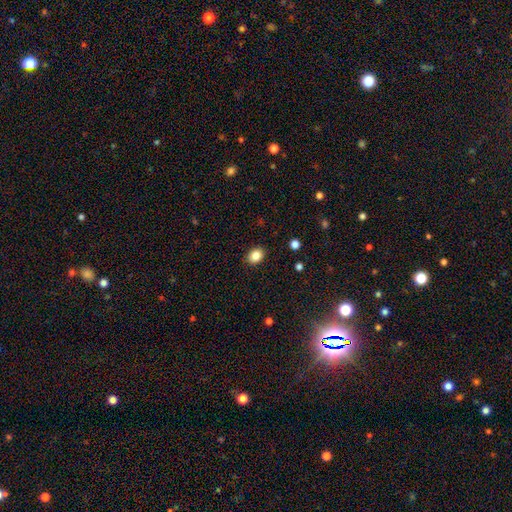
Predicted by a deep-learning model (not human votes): smooth 85%, star or artifact 10%, featured or disk 5%. Down the decision tree: how rounded — in between (62%); merging — none (89%).